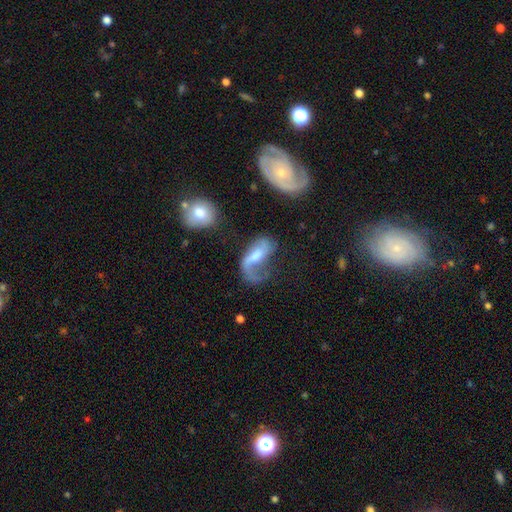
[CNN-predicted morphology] Smooth or featured? Predicted: featured or disk (p=0.73). Edge-on disk? Predicted: no (p=0.95). Bar? Predicted: weak (p=0.46). Spiral arms? Predicted: yes (p=0.88). Spiral winding? Predicted: loose (p=0.68). Spiral arm count? Predicted: 2 (p=0.54). Bulge size? Predicted: moderate (p=0.41). Merging? Predicted: major disturbance (p=0.41).